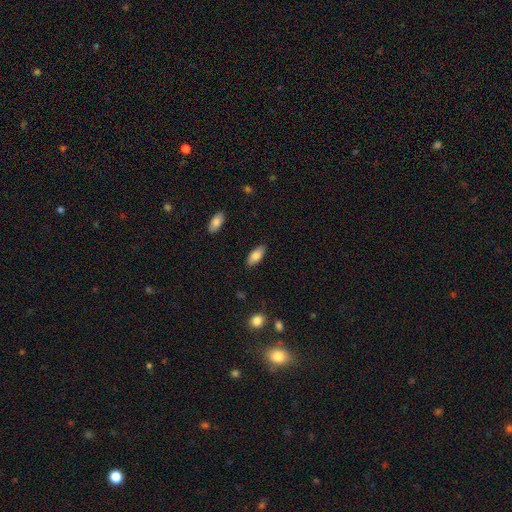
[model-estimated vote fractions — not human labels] A smooth galaxy with no disk features (83%) that is in between round and cigar-shaped (85%).

Vote fractions:
- Smooth or featured? smooth: 83% / featured or disk: 11% / star or artifact: 6%
- How rounded? in between: 85% / cigar-shaped: 13% / round: 2%
- Merging? none: 86% / minor disturbance: 11% / major disturbance: 2% / merger: 1%